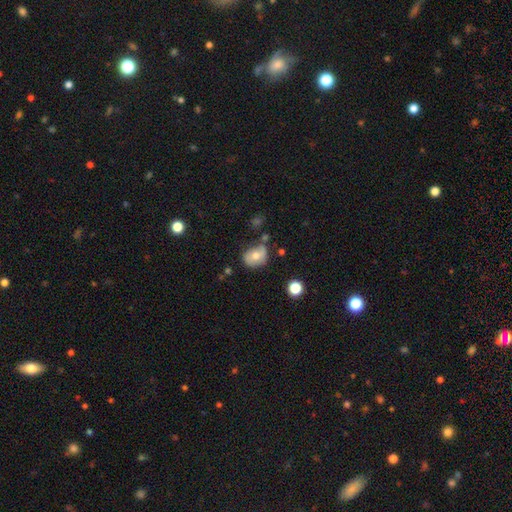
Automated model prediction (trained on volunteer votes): smooth 61%, featured or disk 30%, star or artifact 9%. Down the decision tree: how rounded — in between (52%); merging — none (57%).